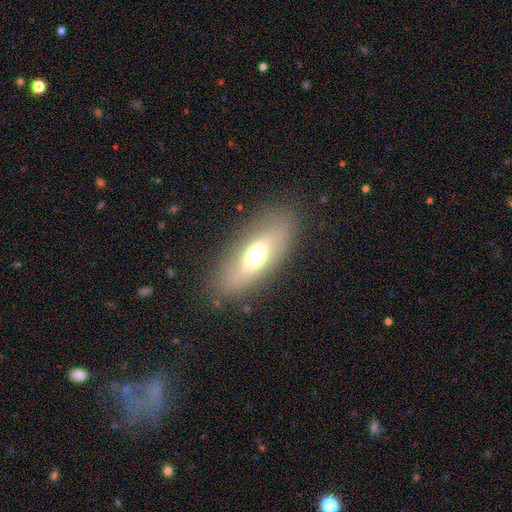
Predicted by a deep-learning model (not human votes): Smooth or featured?
  - smooth: 57% *
  - featured or disk: 33%
  - star or artifact: 9%
How rounded?
  - in between: 74% *
  - cigar-shaped: 22%
  - round: 4%
Merging?
  - none: 84% *
  - minor disturbance: 10%
  - major disturbance: 5%
  - merger: 1%